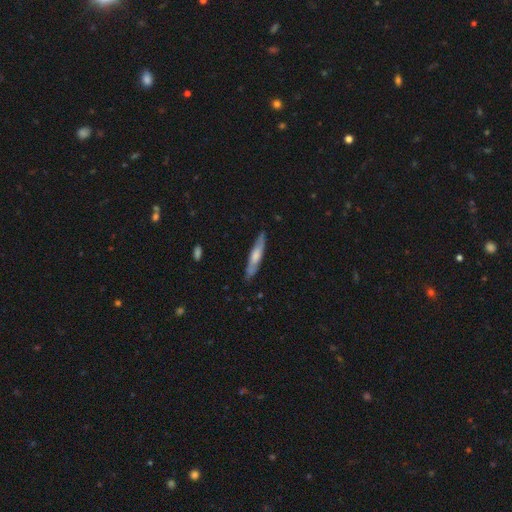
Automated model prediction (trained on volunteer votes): Smooth or featured? smooth (51%)
How rounded? cigar-shaped (87%)
Merging? none (82%)